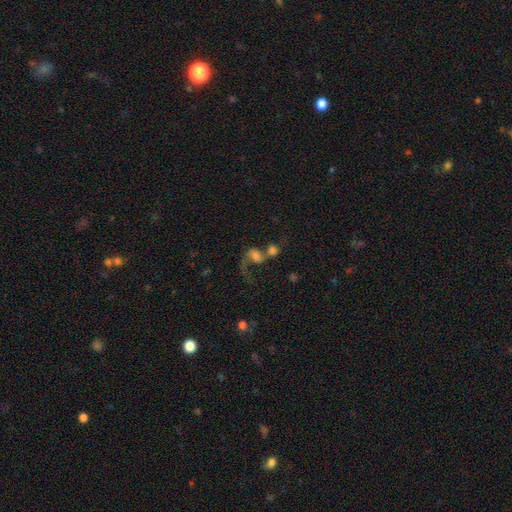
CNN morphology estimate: smooth_or_featured: featured or disk (p=0.51) [alt: smooth p=0.37]
disk_edge_on: no (p=0.97) [alt: yes p=0.03]
merging: merger (p=0.61) [alt: major disturbance p=0.20]